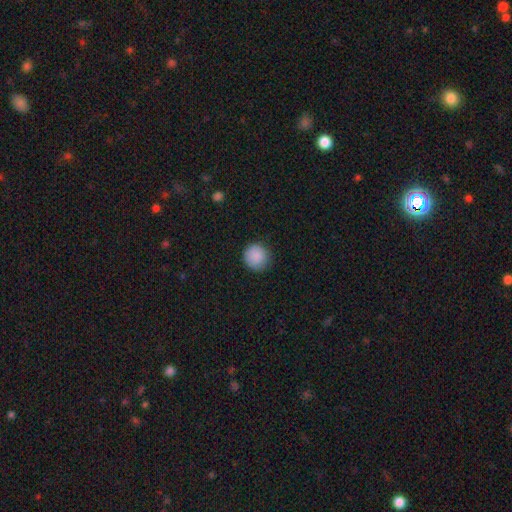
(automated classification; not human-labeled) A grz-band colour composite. It shows a smooth galaxy with no disk features (89%) that is round (94%). Merging: none (86%).